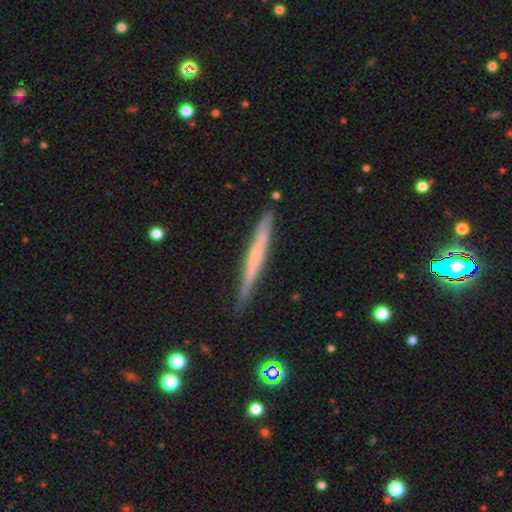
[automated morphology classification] The model was most divided on "smooth or featured": featured or disk: 53%, smooth: 41%, star or artifact: 6%. More confident: edge-on disk — yes (97%); merging — none (87%); edge-on bulge — none (72%).